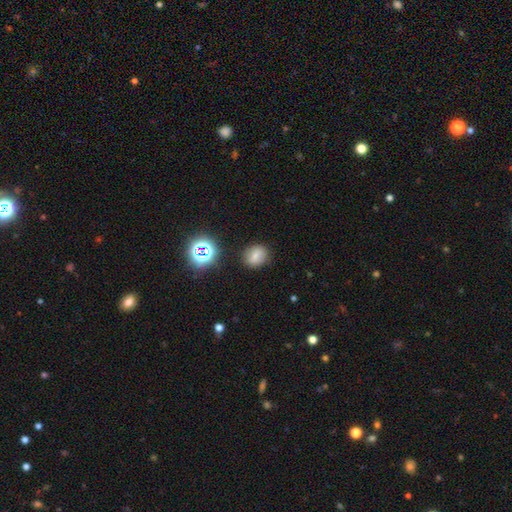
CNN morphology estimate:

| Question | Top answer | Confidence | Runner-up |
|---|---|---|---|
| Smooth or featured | smooth | 69% | star or artifact (16%) |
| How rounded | round | 69% | in between (30%) |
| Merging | none | 84% | minor disturbance (11%) |